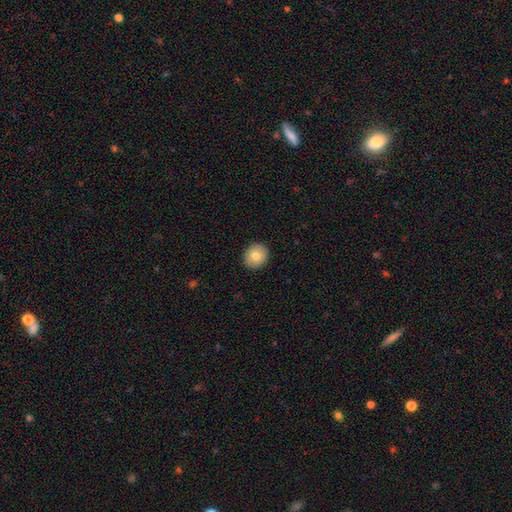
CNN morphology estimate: type=smooth (77%); roundness=round (76%); merging=none (91%).